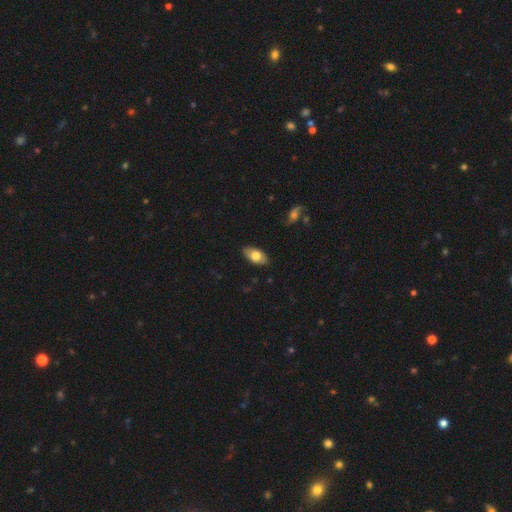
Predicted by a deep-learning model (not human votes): Q: Smooth or featured?
A: smooth (72%); runner-up: featured or disk (22%)
Q: How rounded?
A: in between (93%); runner-up: cigar-shaped (4%)
Q: Merging?
A: none (86%); runner-up: minor disturbance (11%)